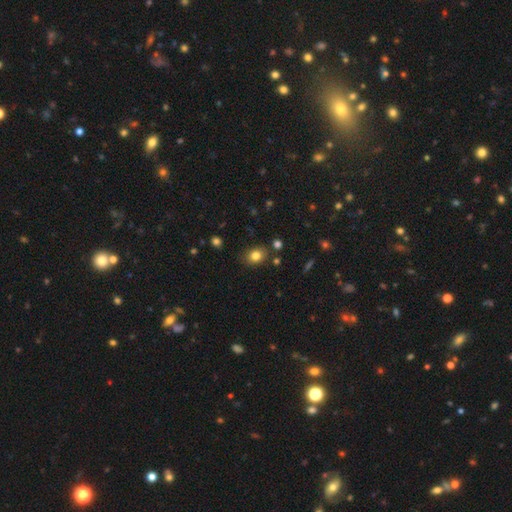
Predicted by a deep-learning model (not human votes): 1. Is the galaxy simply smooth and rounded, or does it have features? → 81% smooth, 11% star or artifact, 8% featured or disk.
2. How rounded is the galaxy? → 57% in between, 42% round, 1% cigar-shaped.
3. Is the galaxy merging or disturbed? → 81% none, 13% minor disturbance, 4% merger, 3% major disturbance.